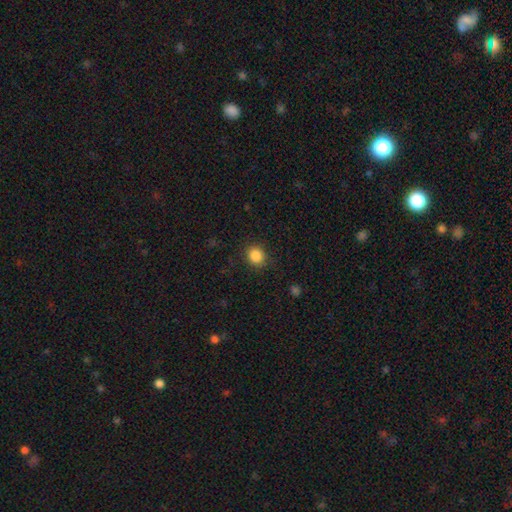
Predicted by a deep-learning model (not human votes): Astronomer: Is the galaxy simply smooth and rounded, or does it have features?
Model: smooth — 86%.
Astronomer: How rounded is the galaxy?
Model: round — 82%.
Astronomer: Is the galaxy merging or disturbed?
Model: none — 87%.